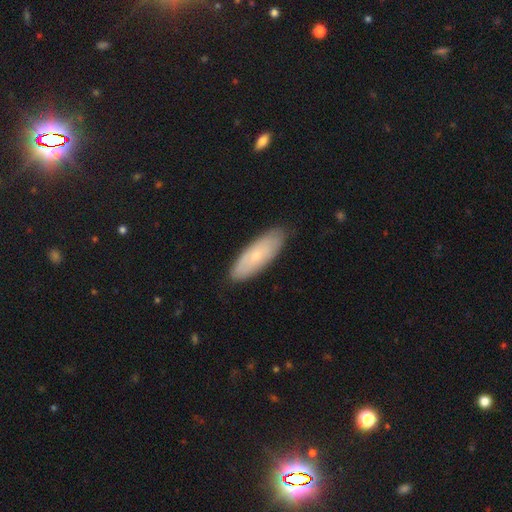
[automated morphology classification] Smooth or featured: smooth — 60% (featured or disk — 34%)
How rounded: in between — 64% (cigar-shaped — 33%)
Merging: none — 84% (minor disturbance — 12%)